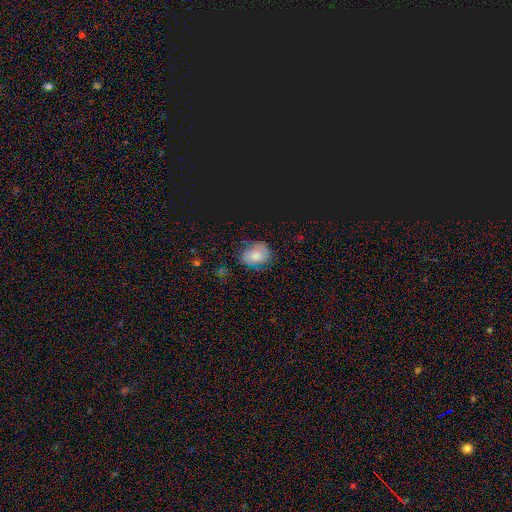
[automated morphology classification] The model was most divided on "smooth or featured": smooth: 45%, featured or disk: 40%, star or artifact: 15%. More confident: merging — none (70%).